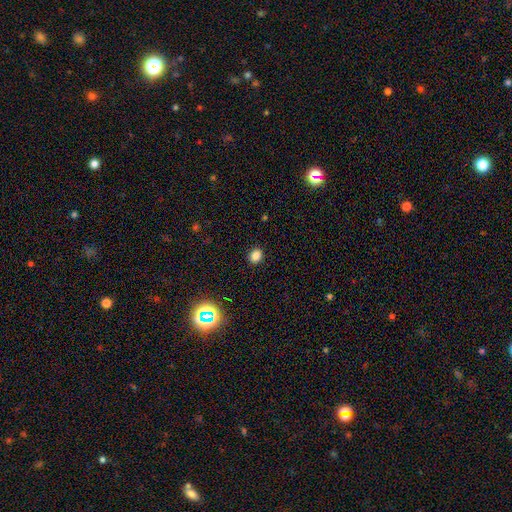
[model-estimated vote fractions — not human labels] A smooth galaxy with no disk features (81%) that is round (59%).

Vote fractions:
- Smooth or featured? smooth: 81% / star or artifact: 14% / featured or disk: 5%
- How rounded? round: 59% / in between: 40% / cigar-shaped: 1%
- Merging? none: 90% / minor disturbance: 7% / major disturbance: 2% / merger: 1%